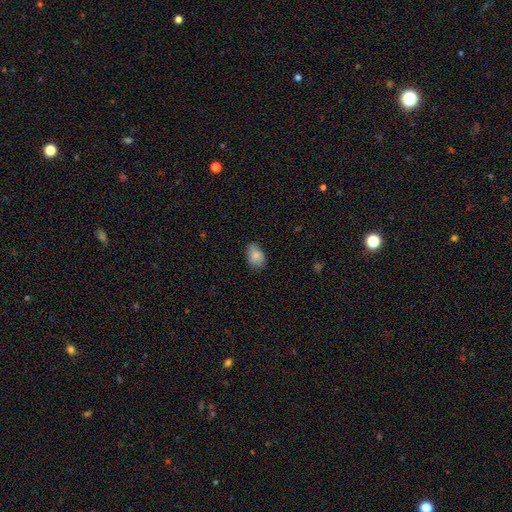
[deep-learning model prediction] This is clearly a smooth galaxy (86%). How rounded: clearly in between (85%). Merging: likely none (73%).